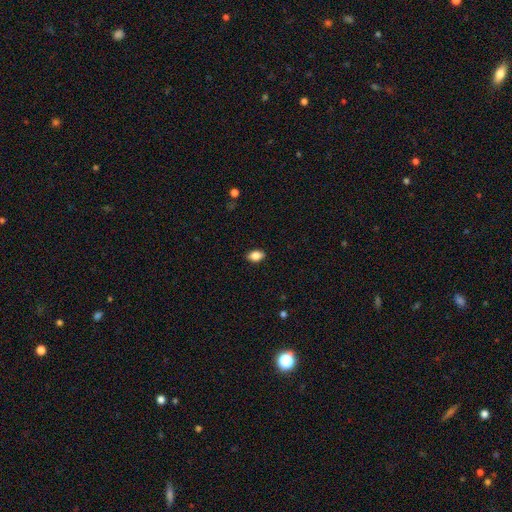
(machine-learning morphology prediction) A smooth galaxy with no disk features (86%) that is in between round and cigar-shaped (86%). Merging: none (89%).